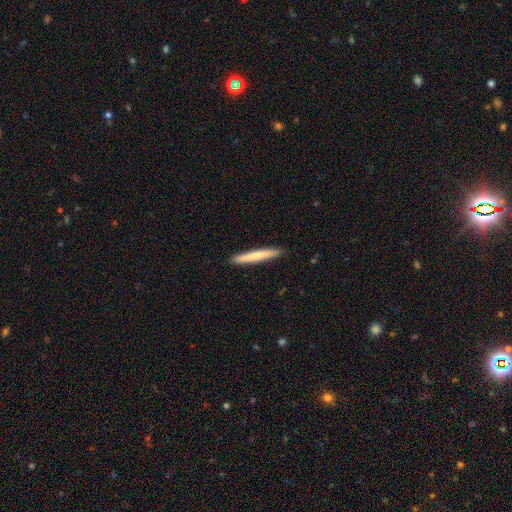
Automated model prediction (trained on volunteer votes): A smooth galaxy with no disk features (75%) that is cigar-shaped (96%). Merging: none (92%).